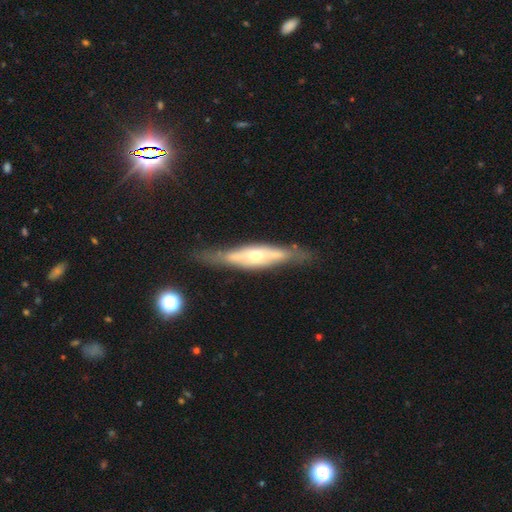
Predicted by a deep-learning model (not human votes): A featured or disk galaxy (66%) viewed edge-on (72%).

Vote fractions:
- Smooth or featured? featured or disk: 66% / smooth: 28% / star or artifact: 6%
- Edge-on disk? yes: 72% / no: 28%
- Merging? none: 70% / minor disturbance: 19% / major disturbance: 8% / merger: 3%